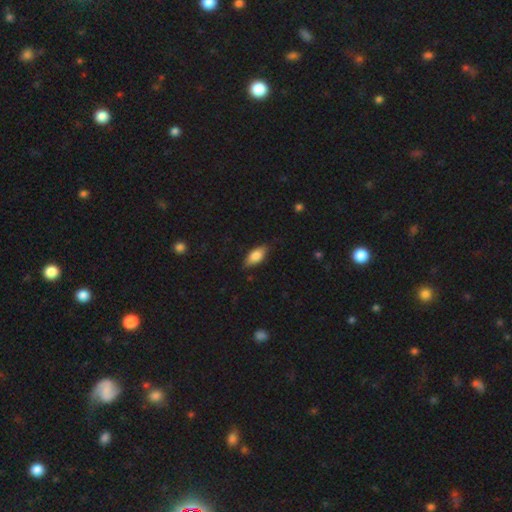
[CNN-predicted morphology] Smooth or featured? smooth (82%)
How rounded? in between (87%)
Merging? none (81%)